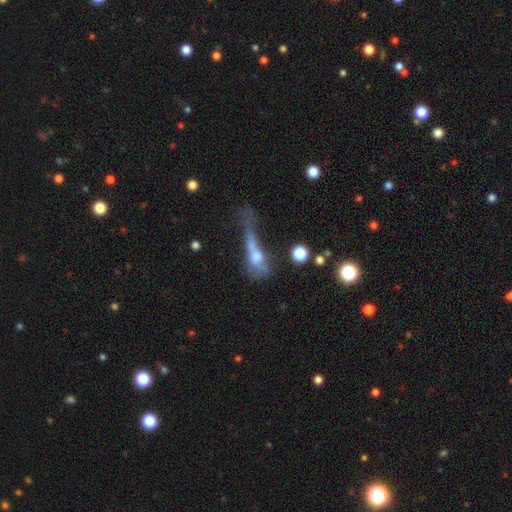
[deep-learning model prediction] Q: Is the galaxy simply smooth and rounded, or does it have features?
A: smooth — 44%.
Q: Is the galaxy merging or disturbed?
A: major disturbance — 56%.